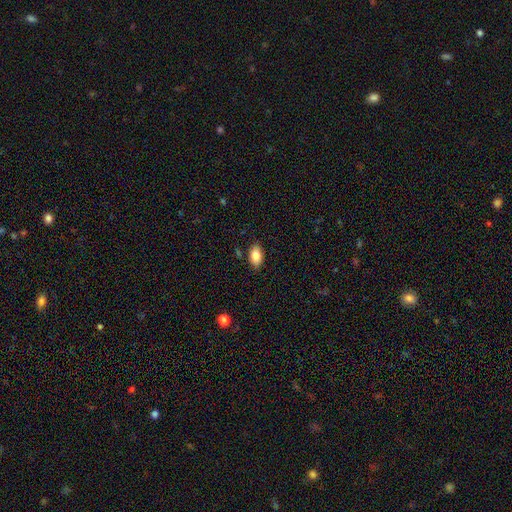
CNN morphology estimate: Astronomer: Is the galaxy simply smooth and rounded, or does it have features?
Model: smooth — 83%.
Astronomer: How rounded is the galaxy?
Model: in between — 91%.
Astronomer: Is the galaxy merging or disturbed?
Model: none — 86%.